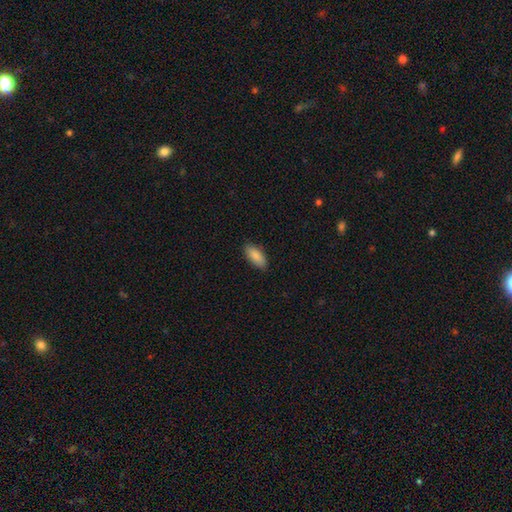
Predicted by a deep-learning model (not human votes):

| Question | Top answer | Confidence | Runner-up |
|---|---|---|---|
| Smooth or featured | smooth | 88% | featured or disk (6%) |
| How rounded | in between | 86% | cigar-shaped (13%) |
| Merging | none | 87% | minor disturbance (10%) |